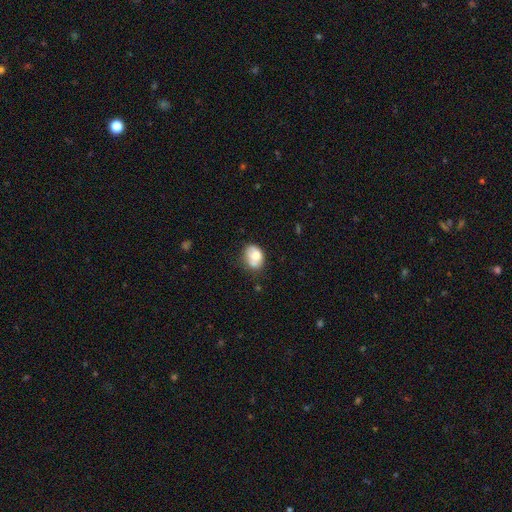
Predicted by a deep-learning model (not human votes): This appears to be a smooth galaxy with no disk features (69%) that is in between round and cigar-shaped (64%). Merging: none (49%).